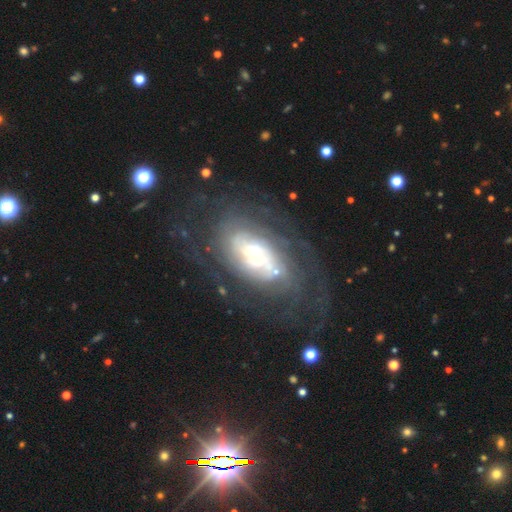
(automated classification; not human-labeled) Smooth or featured?
  - featured or disk: 82% *
  - smooth: 11%
  - star or artifact: 7%
Edge-on disk?
  - no: 94% *
  - yes: 6%
Bar?
  - no: 67% *
  - weak: 22%
  - strong: 11%
Spiral arms?
  - yes: 93% *
  - no: 7%
Spiral winding?
  - tight: 67% *
  - medium: 24%
  - loose: 9%
Spiral arm count?
  - can't tell: 45% *
  - 2: 15%
  - more than 4: 12%
  - 4: 11%
  - 3: 10%
  - 1: 6%
Bulge size?
  - small: 52% *
  - moderate: 28%
  - large: 14%
  - dominant: 4%
  - none: 2%
Merging?
  - none: 66% *
  - minor disturbance: 16%
  - major disturbance: 15%
  - merger: 3%